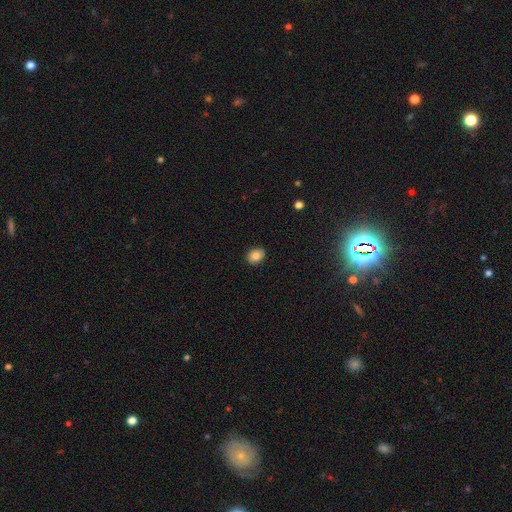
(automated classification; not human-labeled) A smooth galaxy with no disk features (84%) that is round (55%). Merging: none (88%).